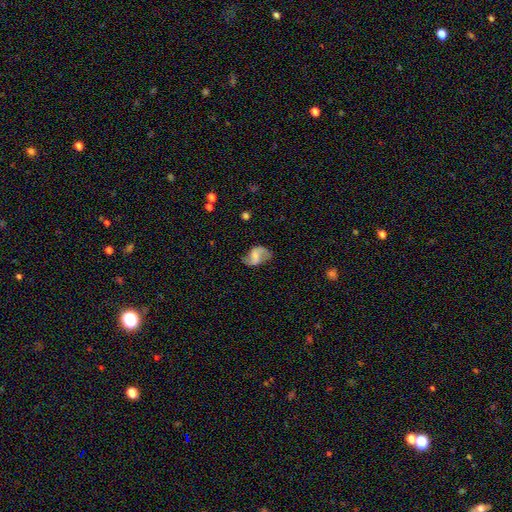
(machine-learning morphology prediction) Q: Smooth or featured?
A: featured or disk (66%); runner-up: smooth (26%)
Q: Edge-on disk?
A: no (97%); runner-up: yes (3%)
Q: Bar?
A: weak (48%); runner-up: no (26%)
Q: Spiral arms?
A: yes (88%); runner-up: no (12%)
Q: Spiral winding?
A: loose (59%); runner-up: medium (32%)
Q: Spiral arm count?
A: 2 (88%); runner-up: can't tell (5%)
Q: Bulge size?
A: none (37%); runner-up: small (35%)
Q: Merging?
A: none (64%); runner-up: minor disturbance (22%)